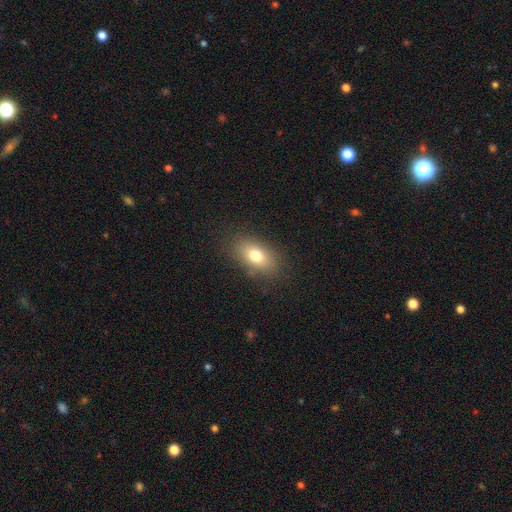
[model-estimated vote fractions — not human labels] Q: Smooth or featured?
A: smooth (76%); runner-up: featured or disk (14%)
Q: How rounded?
A: in between (86%); runner-up: round (11%)
Q: Merging?
A: none (85%); runner-up: minor disturbance (10%)